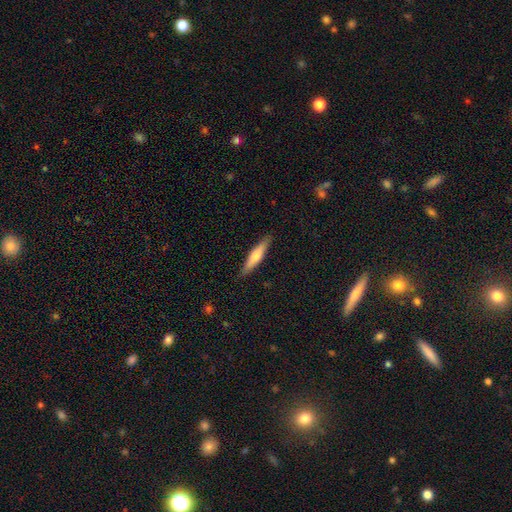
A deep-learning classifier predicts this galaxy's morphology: This appears to be a smooth galaxy with no disk features (54%) that is cigar-shaped (86%). Merging: none (89%).